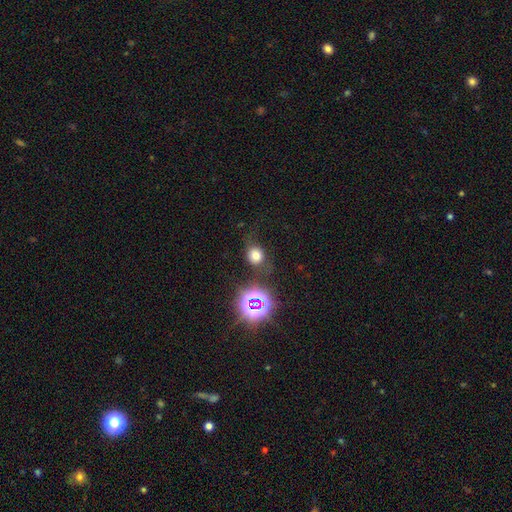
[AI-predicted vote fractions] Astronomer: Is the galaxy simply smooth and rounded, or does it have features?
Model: smooth — 67%.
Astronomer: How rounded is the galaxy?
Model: round — 71%.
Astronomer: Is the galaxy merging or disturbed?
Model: none — 68%.